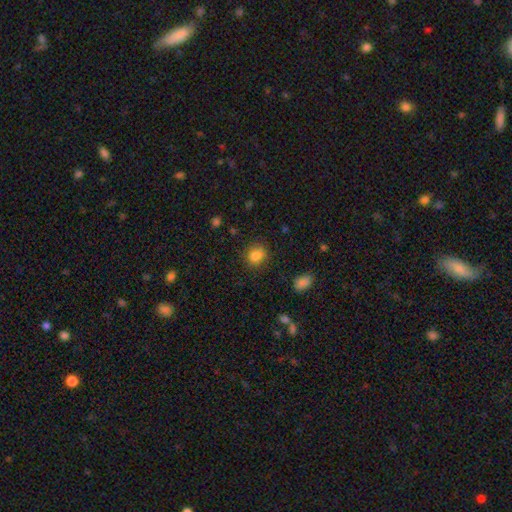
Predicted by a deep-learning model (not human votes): Overall: smooth (84%). How rounded: round (76%). Merging: none (83%).